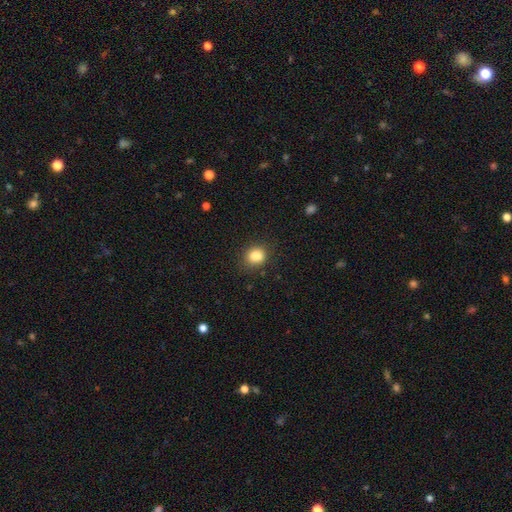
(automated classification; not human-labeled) This appears to be a smooth galaxy with no disk features (85%) that is round (64%). Merging: none (79%).